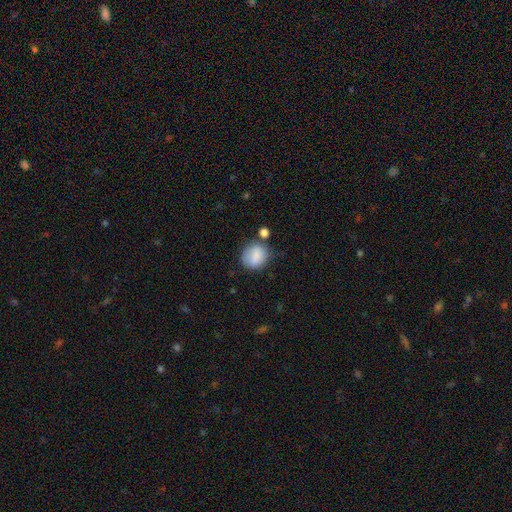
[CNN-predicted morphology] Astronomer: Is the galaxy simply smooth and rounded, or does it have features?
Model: smooth — 80%.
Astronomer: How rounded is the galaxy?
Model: round — 69%.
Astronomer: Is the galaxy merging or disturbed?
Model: none — 62%.